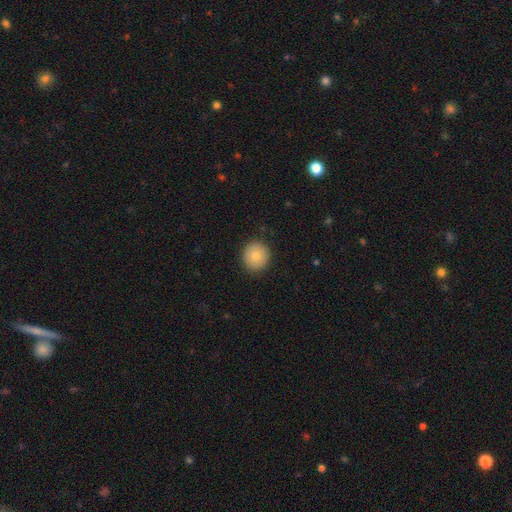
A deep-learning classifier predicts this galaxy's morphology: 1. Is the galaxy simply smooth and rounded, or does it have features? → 80% smooth, 12% featured or disk, 8% star or artifact.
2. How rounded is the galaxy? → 92% round, 7% in between, 1% cigar-shaped.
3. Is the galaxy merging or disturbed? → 90% none, 7% minor disturbance, 2% major disturbance, 1% merger.